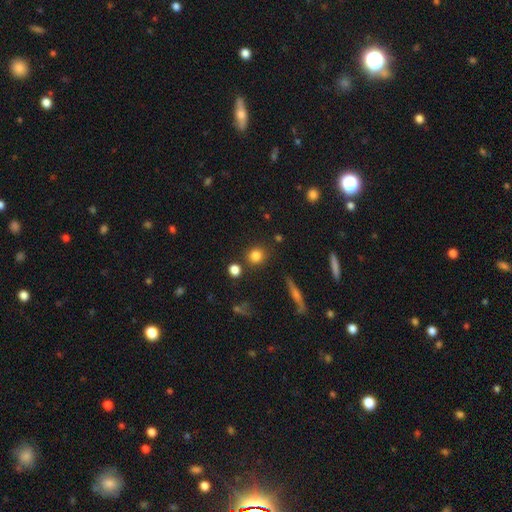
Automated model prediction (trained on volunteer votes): This is clearly a smooth galaxy (81%). How rounded: clearly round (88%). Merging: clearly none (83%).